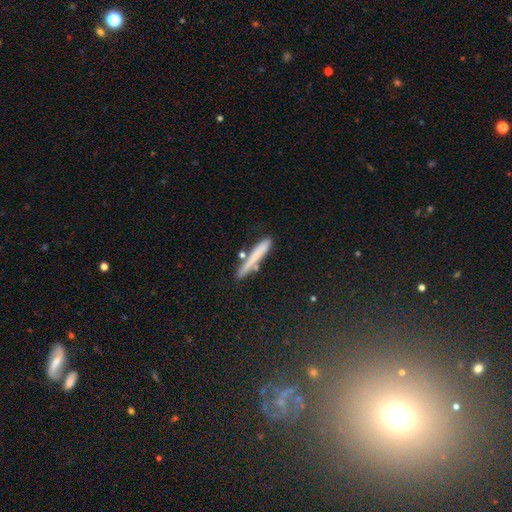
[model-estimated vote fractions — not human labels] The model was most divided on "smooth or featured": smooth: 68%, featured or disk: 24%, star or artifact: 8%. More confident: how rounded — cigar-shaped (95%); merging — none (76%).